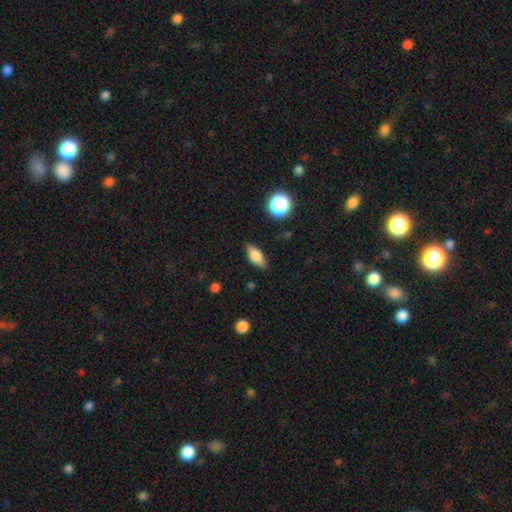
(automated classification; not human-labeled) smooth_or_featured: smooth (p=0.64) [alt: featured or disk p=0.27]
how_rounded: in between (p=0.74) [alt: cigar-shaped p=0.20]
merging: none (p=0.83) [alt: minor disturbance p=0.13]